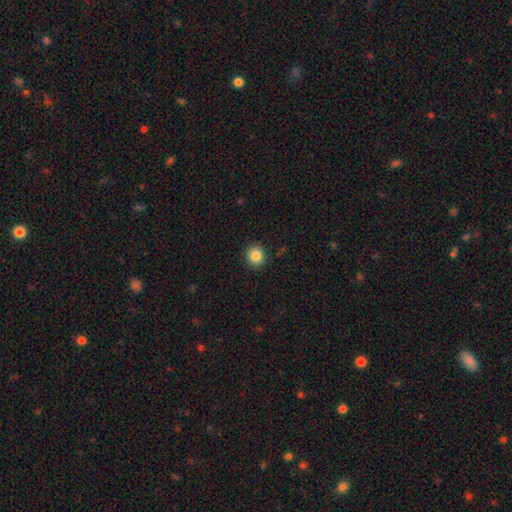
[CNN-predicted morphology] Overall: smooth (85%). How rounded: round (90%). Merging: none (91%).